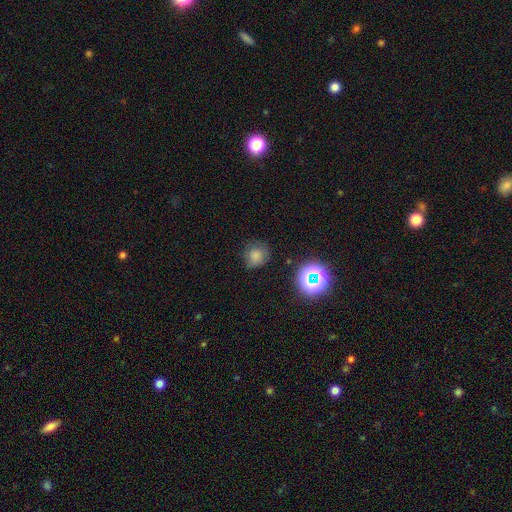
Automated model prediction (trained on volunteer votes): smooth-or-featured: smooth: 73% | star or artifact: 19% | featured or disk: 9%
  how-rounded: round: 82% | in between: 17% | cigar-shaped: 1%
  merging: none: 72% | minor disturbance: 19% | major disturbance: 6% | merger: 2%